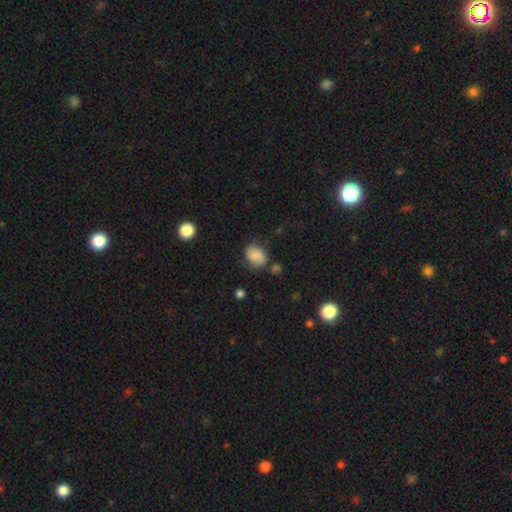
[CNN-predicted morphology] A smooth galaxy with no disk features (77%) that is in between round and cigar-shaped (63%).

Vote fractions:
- Smooth or featured? smooth: 77% / featured or disk: 14% / star or artifact: 9%
- How rounded? in between: 63% / round: 36% / cigar-shaped: 1%
- Merging? none: 65% / minor disturbance: 23% / major disturbance: 7% / merger: 5%